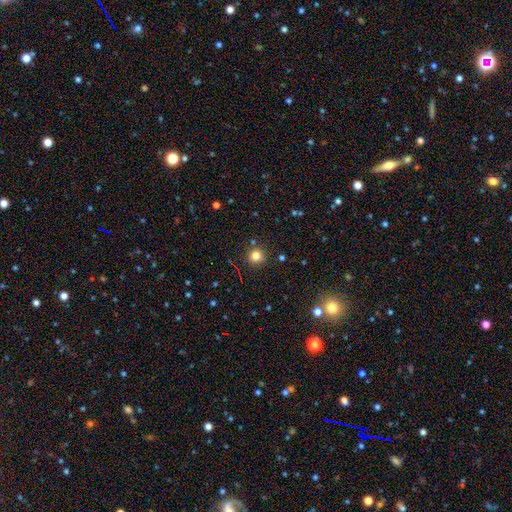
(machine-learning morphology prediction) Smooth or featured?
  - smooth: 80% *
  - star or artifact: 15%
  - featured or disk: 6%
How rounded?
  - round: 94% *
  - in between: 5%
  - cigar-shaped: 1%
Merging?
  - none: 88% *
  - minor disturbance: 7%
  - merger: 3%
  - major disturbance: 2%